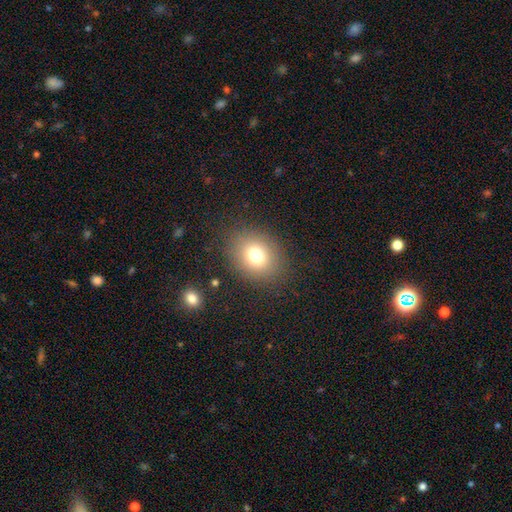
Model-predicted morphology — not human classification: The model was most divided on "how rounded": round: 57%, in between: 42%, cigar-shaped: 1%. More confident: merging — none (85%); smooth or featured — smooth (76%).